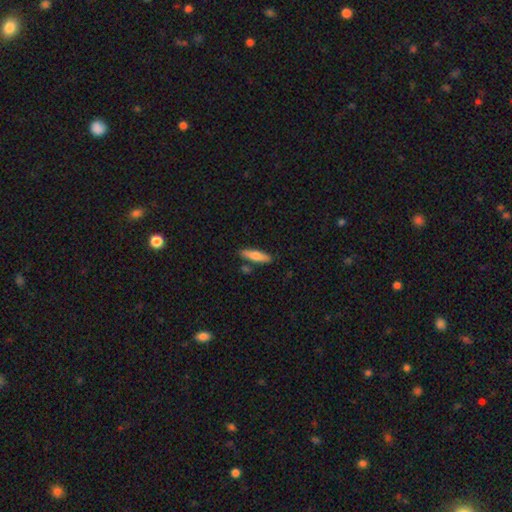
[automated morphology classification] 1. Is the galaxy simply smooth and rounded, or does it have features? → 70% smooth, 24% featured or disk, 6% star or artifact.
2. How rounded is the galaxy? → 66% cigar-shaped, 32% in between, 2% round.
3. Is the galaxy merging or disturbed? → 81% none, 11% minor disturbance, 5% merger, 2% major disturbance.